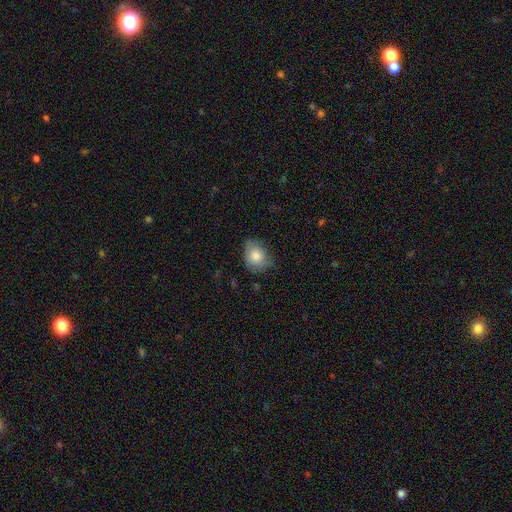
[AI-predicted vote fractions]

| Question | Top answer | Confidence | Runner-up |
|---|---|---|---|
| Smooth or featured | smooth | 79% | featured or disk (13%) |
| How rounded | in between | 52% | round (47%) |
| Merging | none | 61% | minor disturbance (31%) |